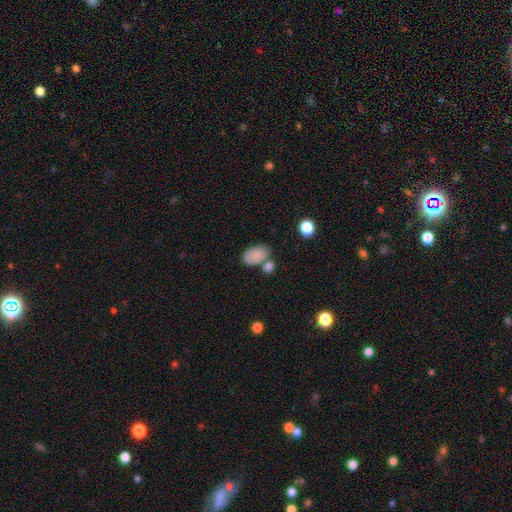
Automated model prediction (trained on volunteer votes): Smooth or featured?
  - smooth: 86% *
  - star or artifact: 8%
  - featured or disk: 6%
How rounded?
  - in between: 91% *
  - round: 8%
  - cigar-shaped: 1%
Merging?
  - none: 58% *
  - merger: 22%
  - minor disturbance: 15%
  - major disturbance: 5%